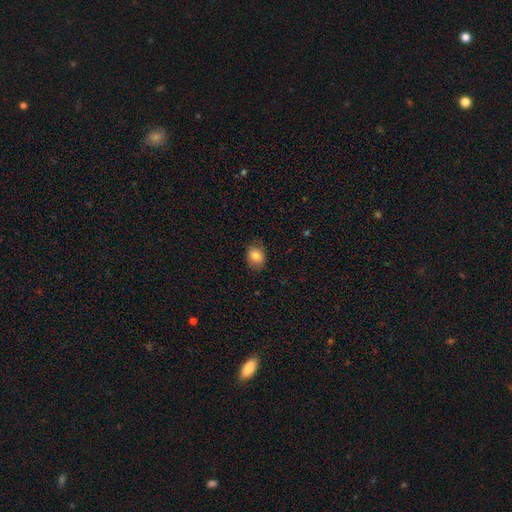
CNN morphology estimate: The model was most divided on "how rounded": in between: 51%, round: 48%, cigar-shaped: 1%. More confident: smooth or featured — smooth (84%); merging — none (82%).